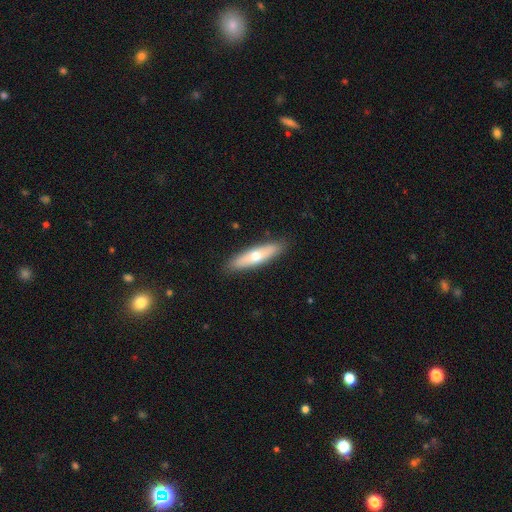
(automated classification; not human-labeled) Smooth or featured?
  - smooth: 55% *
  - featured or disk: 39%
  - star or artifact: 6%
How rounded?
  - cigar-shaped: 66% *
  - in between: 32%
  - round: 2%
Merging?
  - none: 89% *
  - minor disturbance: 8%
  - major disturbance: 2%
  - merger: 1%